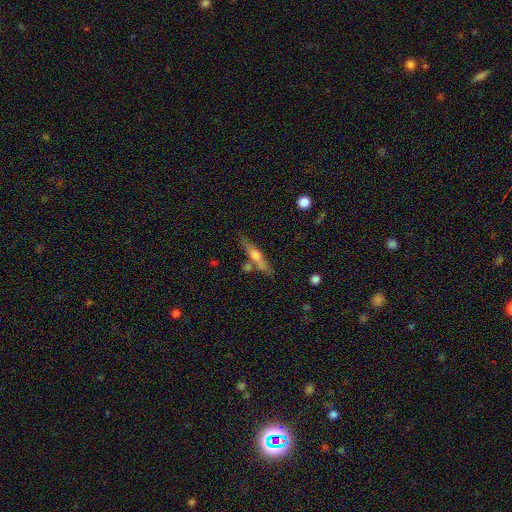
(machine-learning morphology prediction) Q: Smooth or featured?
A: featured or disk (47%); runner-up: smooth (46%)
Q: Merging?
A: none (72%); runner-up: minor disturbance (14%)